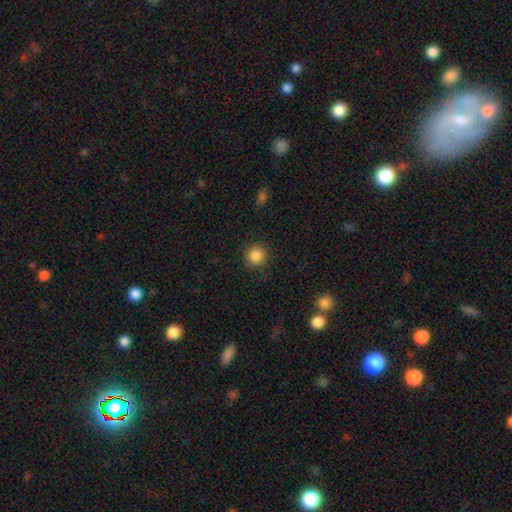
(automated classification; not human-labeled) The model was most divided on "smooth or featured": smooth: 87%, star or artifact: 10%, featured or disk: 3%. More confident: how rounded — round (93%); merging — none (89%).